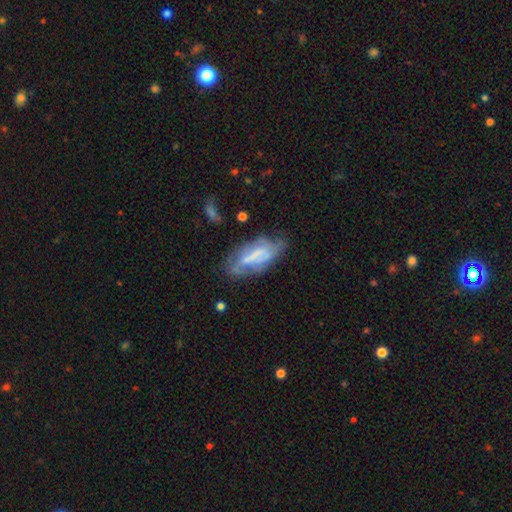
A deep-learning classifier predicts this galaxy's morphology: Smooth or featured? featured or disk (58%)
Edge-on disk? no (86%)
Merging? none (48%)